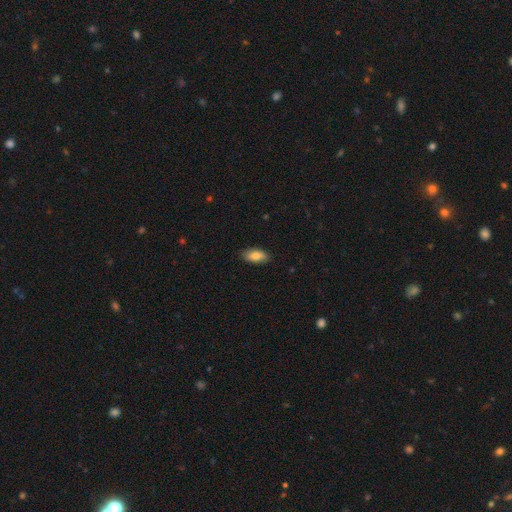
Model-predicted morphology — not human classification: Overall: smooth (81%). How rounded: in between (88%). Merging: none (86%).